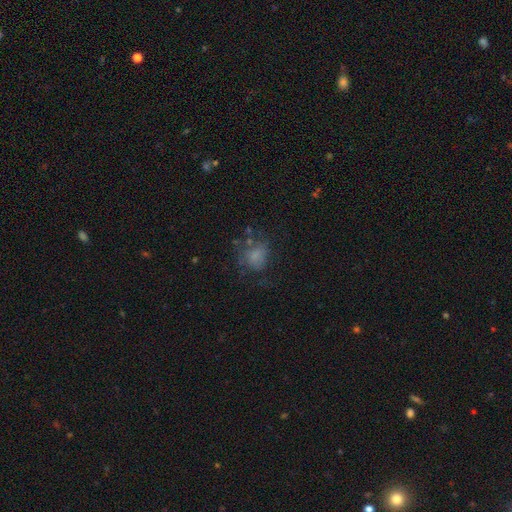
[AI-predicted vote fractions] Smooth or featured? smooth (63%)
How rounded? round (59%)
Merging? none (47%)